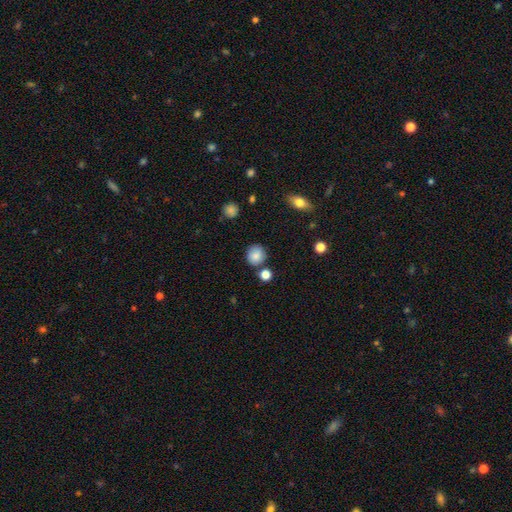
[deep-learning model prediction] Smooth or featured: smooth — 84% (star or artifact — 9%)
How rounded: round — 88% (in between — 11%)
Merging: none — 81% (minor disturbance — 10%)